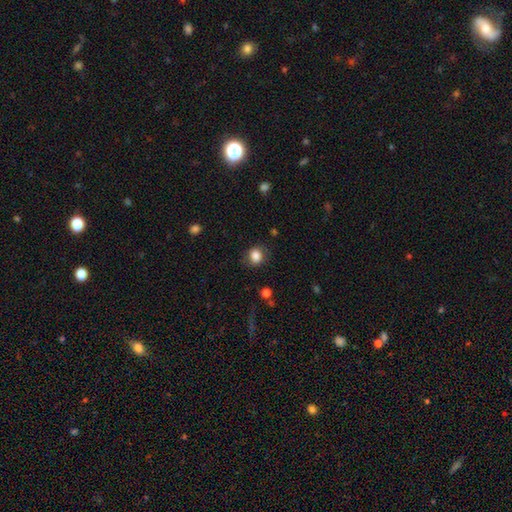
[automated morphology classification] smooth 85%, star or artifact 10%, featured or disk 5%. Down the decision tree: how rounded — round (70%); merging — none (81%).